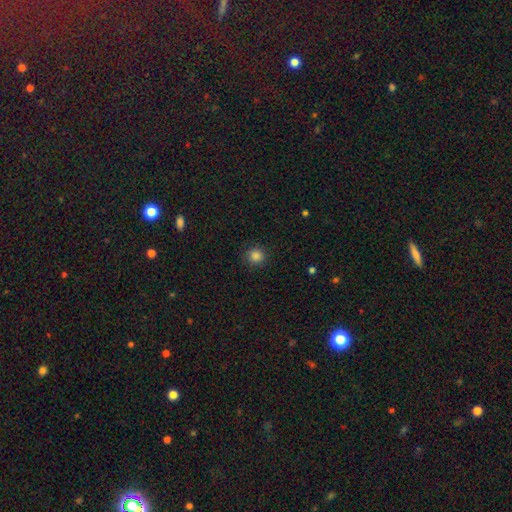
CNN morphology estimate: smooth_or_featured: smooth (p=0.84) [alt: star or artifact p=0.12]
how_rounded: round (p=0.93) [alt: in between p=0.06]
merging: none (p=0.89) [alt: minor disturbance p=0.07]